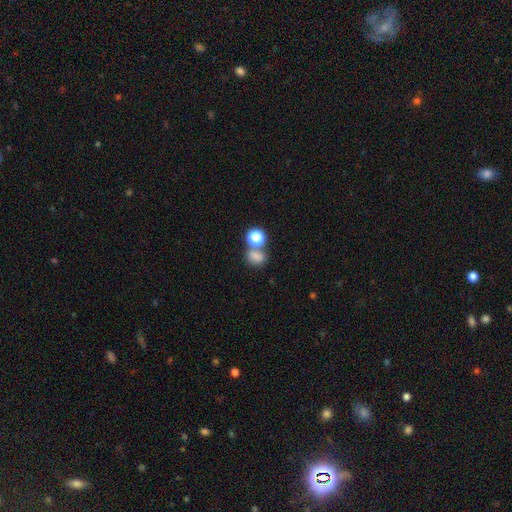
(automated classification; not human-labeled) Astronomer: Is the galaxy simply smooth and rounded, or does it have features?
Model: smooth — 75%.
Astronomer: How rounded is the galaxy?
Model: in between — 54% (runner-up: round, 45%).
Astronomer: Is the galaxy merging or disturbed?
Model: none — 48% (runner-up: merger, 35%).